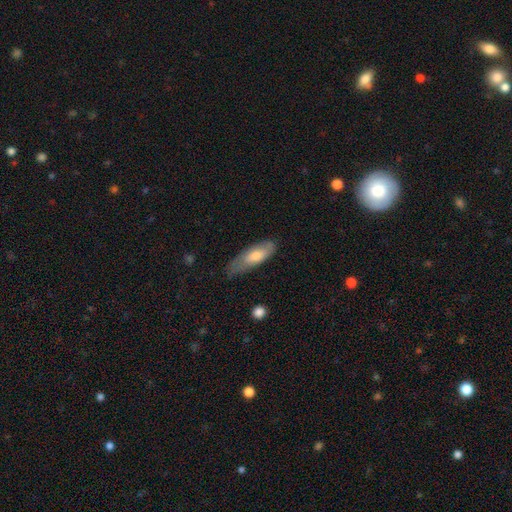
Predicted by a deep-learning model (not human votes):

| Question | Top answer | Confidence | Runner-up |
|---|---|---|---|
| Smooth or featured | smooth | 64% | featured or disk (30%) |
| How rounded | in between | 59% | cigar-shaped (39%) |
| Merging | none | 56% | minor disturbance (33%) |